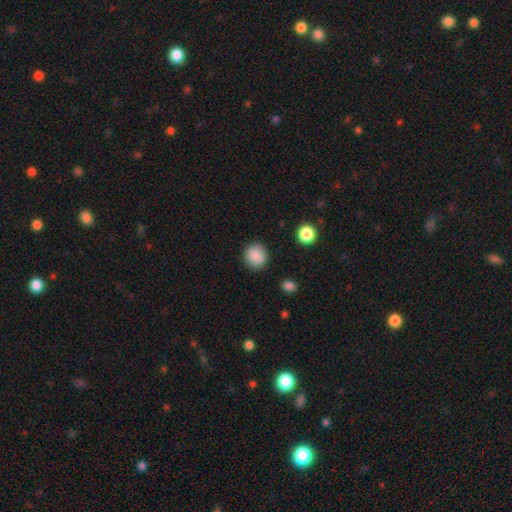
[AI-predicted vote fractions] The model was most divided on "how rounded": round: 84%, in between: 15%, cigar-shaped: 1%. More confident: merging — none (88%); smooth or featured — smooth (88%).